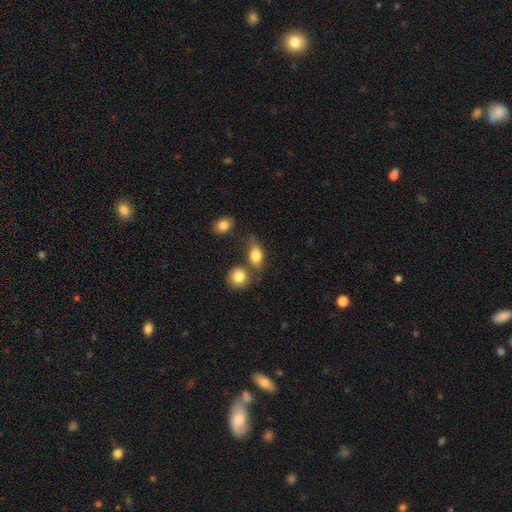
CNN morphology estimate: The model was most divided on "merging": none: 57%, merger: 21%, minor disturbance: 17%, major disturbance: 6%. More confident: smooth or featured — smooth (81%); how rounded — in between (78%).